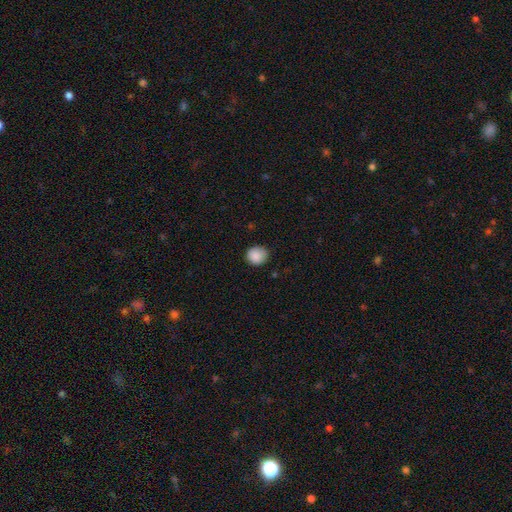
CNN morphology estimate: Q: Smooth or featured?
A: smooth (88%); runner-up: star or artifact (8%)
Q: How rounded?
A: round (79%); runner-up: in between (20%)
Q: Merging?
A: none (81%); runner-up: minor disturbance (15%)